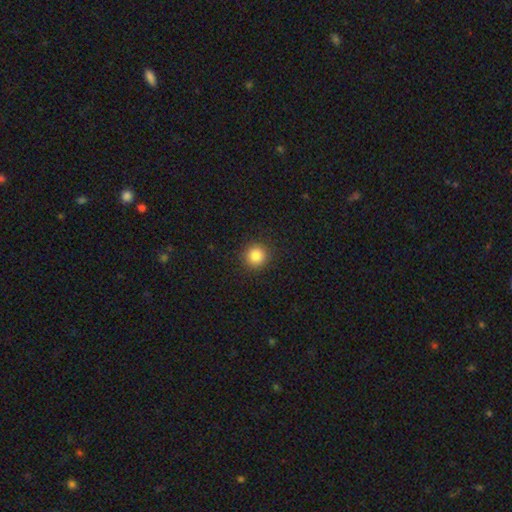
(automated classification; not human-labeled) Smooth or featured? smooth (85%)
How rounded? round (94%)
Merging? none (92%)